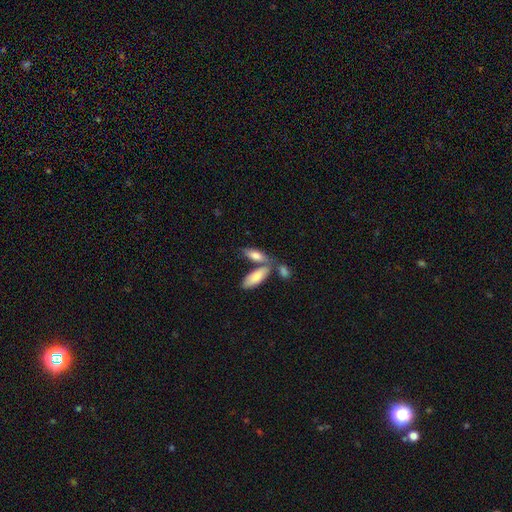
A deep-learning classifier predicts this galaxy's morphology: This appears to be a smooth galaxy with no disk features (74%) that is in between round and cigar-shaped (66%). Merging: none (47%).